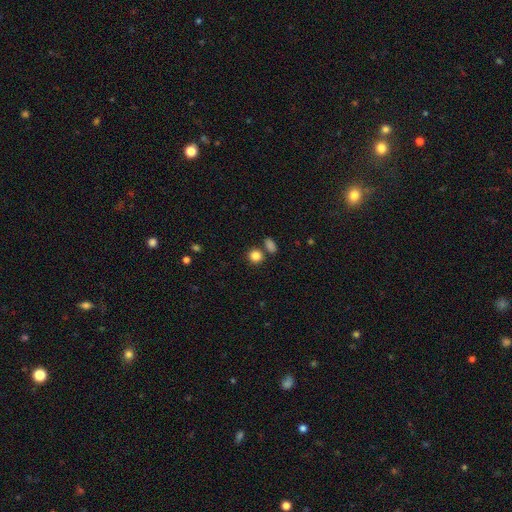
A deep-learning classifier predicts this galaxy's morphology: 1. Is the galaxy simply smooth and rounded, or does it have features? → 85% smooth, 11% star or artifact, 4% featured or disk.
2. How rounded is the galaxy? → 82% round, 17% in between, 1% cigar-shaped.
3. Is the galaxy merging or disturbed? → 71% none, 16% merger, 9% minor disturbance, 3% major disturbance.